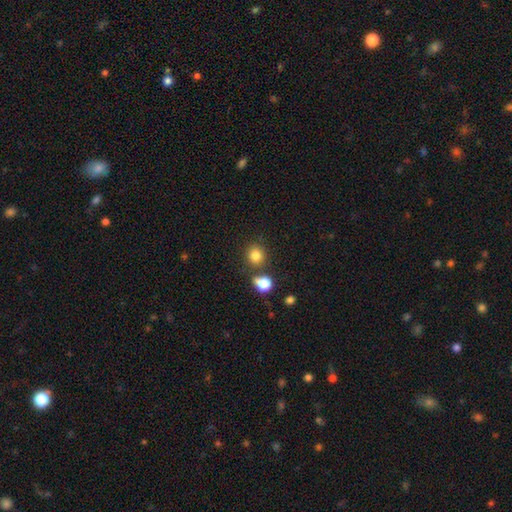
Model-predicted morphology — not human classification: smooth-or-featured: smooth: 81% | star or artifact: 13% | featured or disk: 6%
  how-rounded: round: 84% | in between: 15% | cigar-shaped: 1%
  merging: none: 76% | merger: 11% | minor disturbance: 9% | major disturbance: 3%